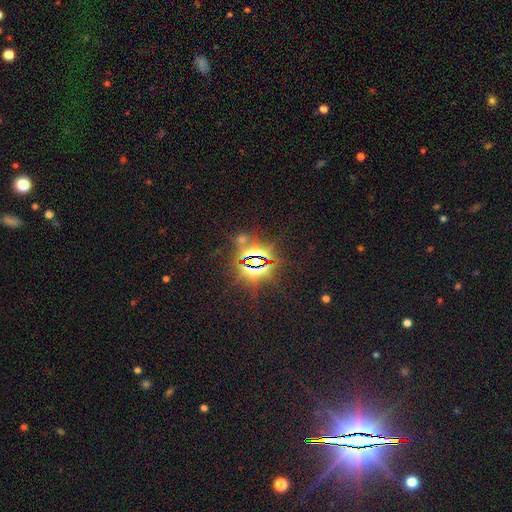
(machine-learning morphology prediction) Smooth or featured?
  - star or artifact: 84% *
  - smooth: 8%
  - featured or disk: 8%